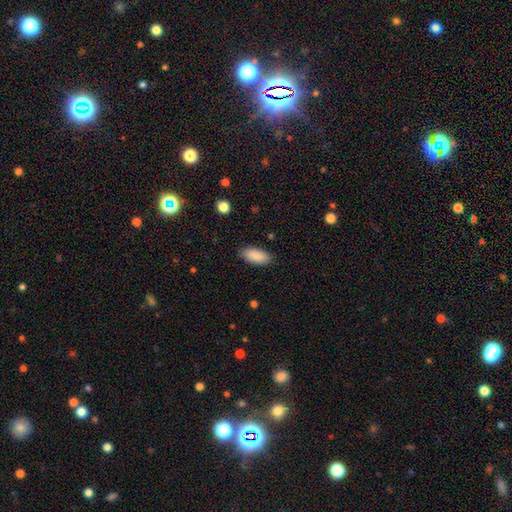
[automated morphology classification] smooth 90%, star or artifact 6%, featured or disk 4%. Down the decision tree: how rounded — in between (90%); merging — none (88%).